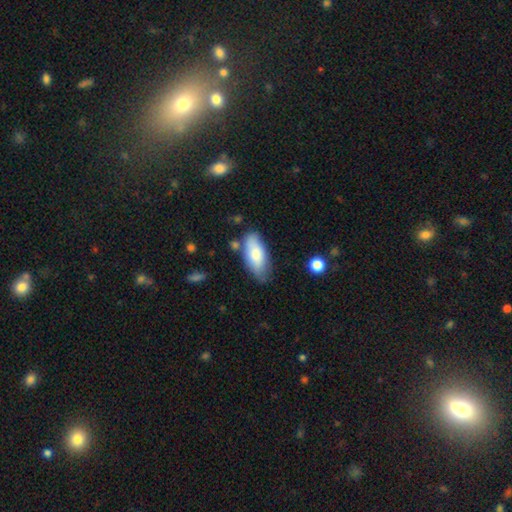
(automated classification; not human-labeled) Smooth or featured? Predicted: smooth (p=0.78). How rounded? Predicted: in between (p=0.86). Merging? Predicted: none (p=0.67).